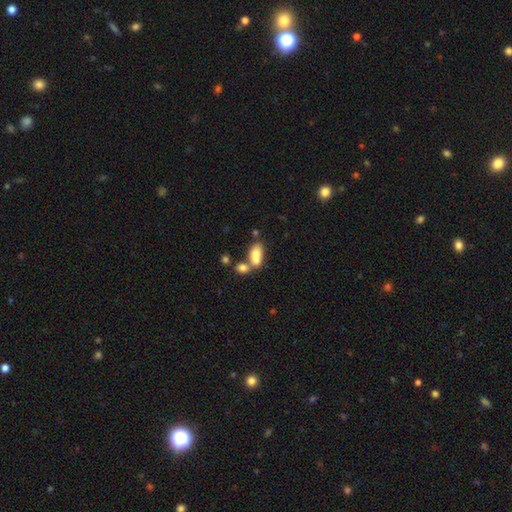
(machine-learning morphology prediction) The model was most divided on "merging": merger: 52%, none: 32%, minor disturbance: 11%, major disturbance: 5%. More confident: how rounded — in between (86%); smooth or featured — smooth (76%).